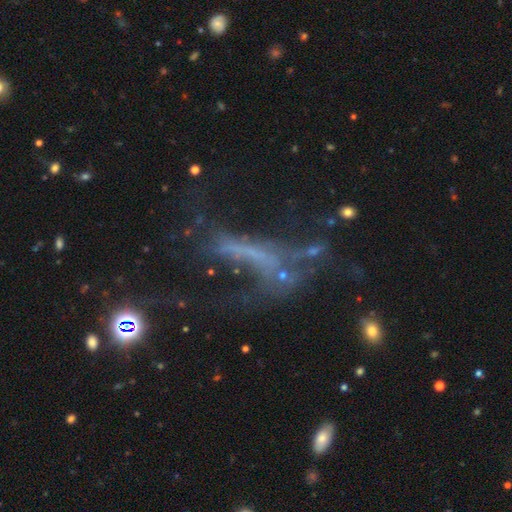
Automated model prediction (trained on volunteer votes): Morphology: type=featured or disk (49%); merging=major disturbance (40%).